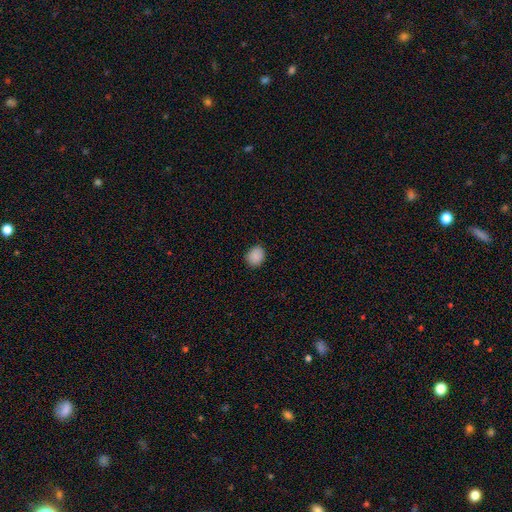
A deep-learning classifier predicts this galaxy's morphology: type=smooth (89%); roundness=round (64%); merging=none (85%).